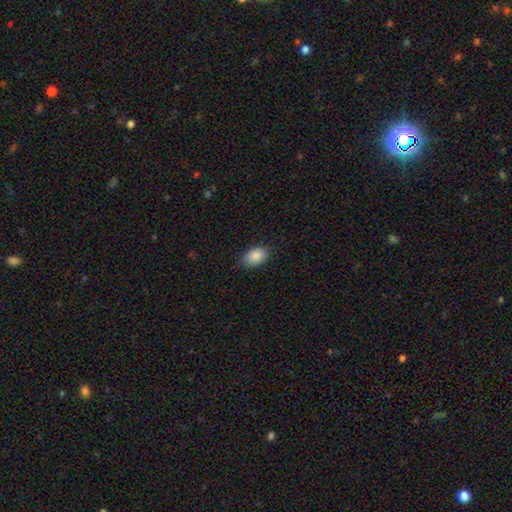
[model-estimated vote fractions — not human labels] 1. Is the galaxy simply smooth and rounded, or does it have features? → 88% smooth, 7% star or artifact, 5% featured or disk.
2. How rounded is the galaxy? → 89% in between, 9% round, 1% cigar-shaped.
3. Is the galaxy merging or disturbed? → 79% none, 17% minor disturbance, 3% major disturbance, 1% merger.